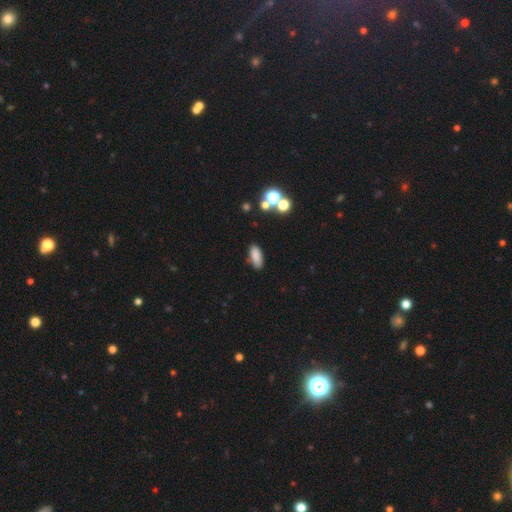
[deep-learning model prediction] Smooth or featured? Predicted: smooth (p=0.83). How rounded? Predicted: in between (p=0.81). Merging? Predicted: none (p=0.82).